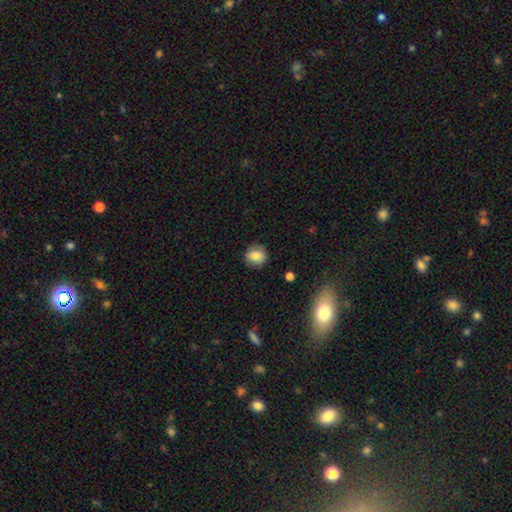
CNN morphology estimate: This is clearly a smooth galaxy (81%). How rounded: clearly round (81%). Merging: clearly none (84%).